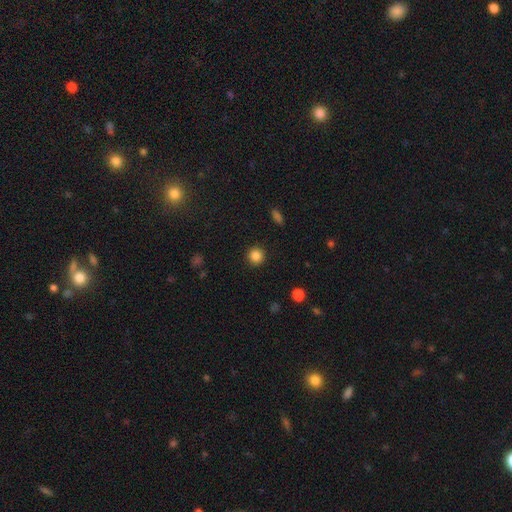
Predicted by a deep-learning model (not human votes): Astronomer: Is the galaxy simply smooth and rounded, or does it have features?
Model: smooth — 85%.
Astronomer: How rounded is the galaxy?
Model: round — 94%.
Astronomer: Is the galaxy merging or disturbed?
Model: none — 91%.